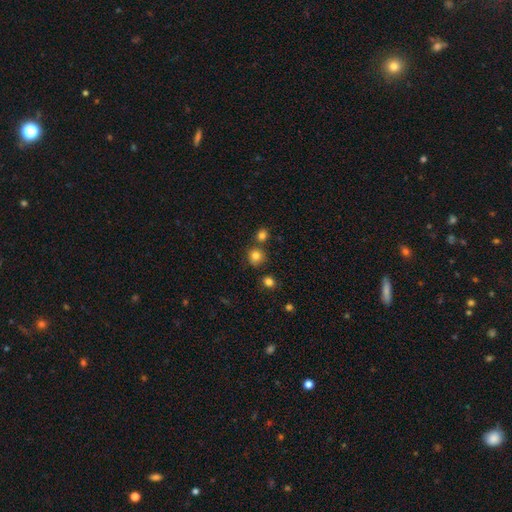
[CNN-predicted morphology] A smooth galaxy with no disk features (80%) that is round (86%). Merging: none (71%).